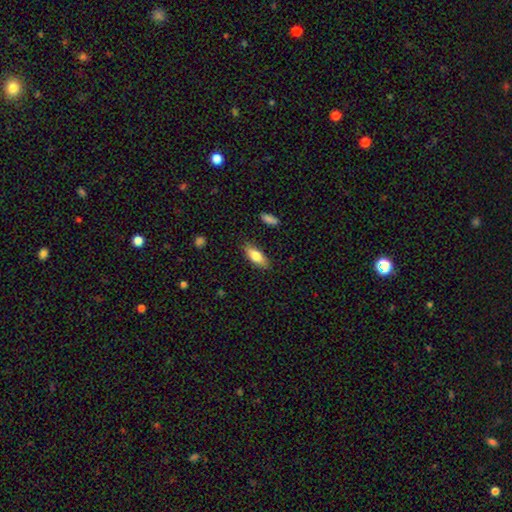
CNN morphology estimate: Overall: smooth (79%). How rounded: in between (76%). Merging: none (84%).